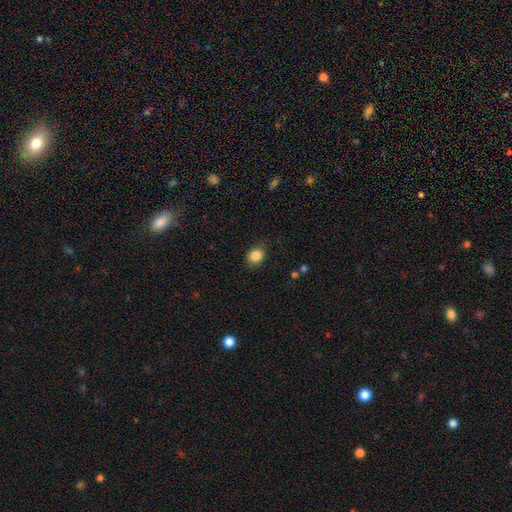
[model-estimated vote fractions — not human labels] A smooth galaxy with no disk features (85%) that is round (57%).

Vote fractions:
- Smooth or featured? smooth: 85% / star or artifact: 10% / featured or disk: 5%
- How rounded? round: 57% / in between: 42% / cigar-shaped: 1%
- Merging? none: 81% / minor disturbance: 14% / major disturbance: 4% / merger: 1%